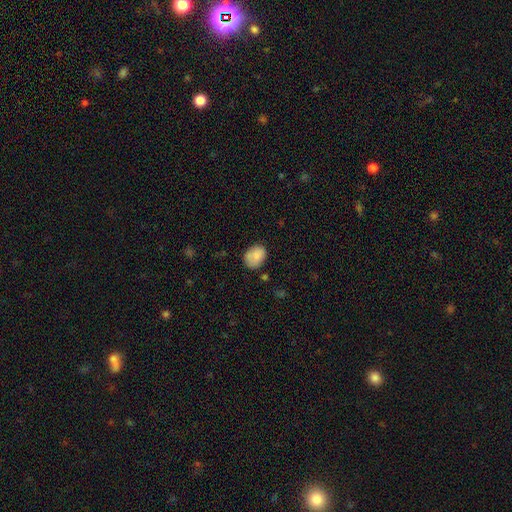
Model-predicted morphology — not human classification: type=smooth (84%); roundness=in between (62%); merging=none (68%).